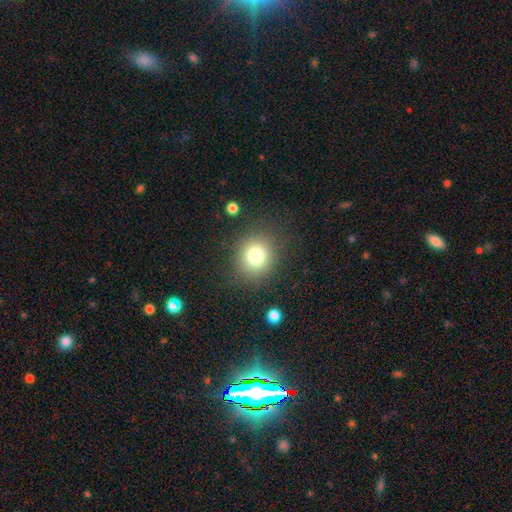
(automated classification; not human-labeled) A smooth galaxy with no disk features (77%) that is round (86%).

Vote fractions:
- Smooth or featured? smooth: 77% / star or artifact: 14% / featured or disk: 9%
- How rounded? round: 86% / in between: 13% / cigar-shaped: 1%
- Merging? none: 85% / minor disturbance: 8% / major disturbance: 4% / merger: 2%